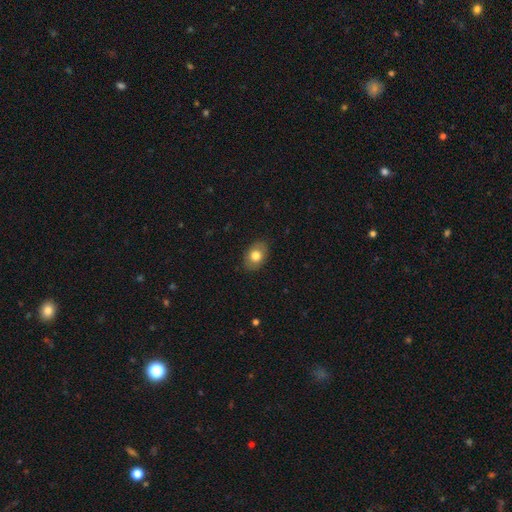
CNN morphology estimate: Smooth or featured: smooth — 78% (featured or disk — 14%)
How rounded: in between — 76% (round — 23%)
Merging: none — 85% (minor disturbance — 11%)